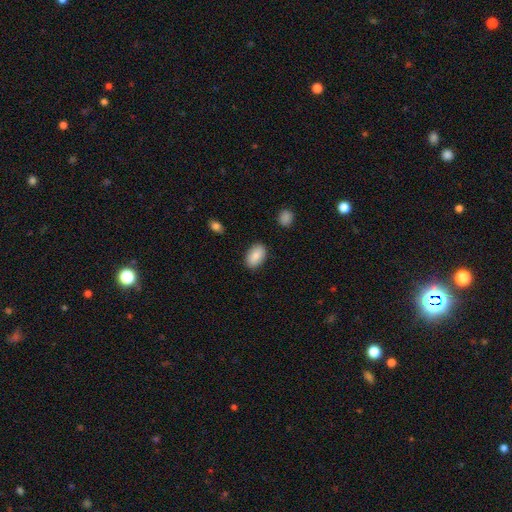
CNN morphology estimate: This appears to be a smooth galaxy with no disk features (86%) that is in between round and cigar-shaped (92%). Merging: none (86%).